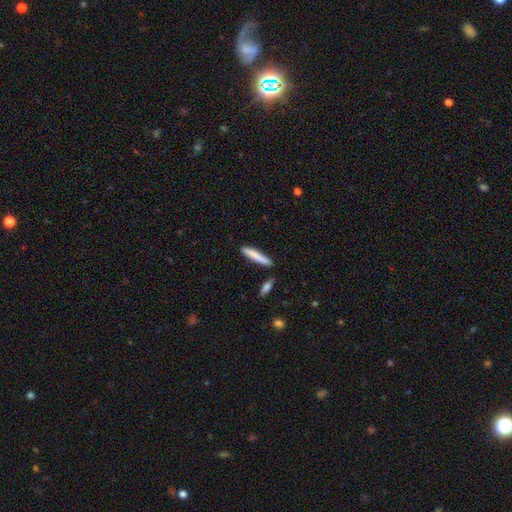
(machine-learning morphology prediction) This is likely a smooth galaxy (80%). How rounded: clearly cigar-shaped (93%). Merging: clearly none (85%).